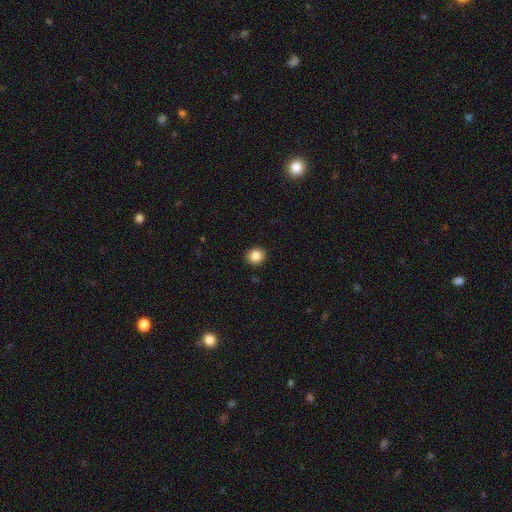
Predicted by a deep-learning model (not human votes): This appears to be a smooth galaxy with no disk features (85%) that is round (74%). Merging: none (91%).